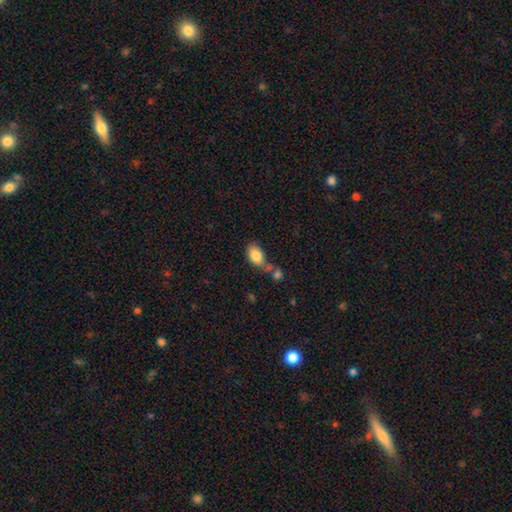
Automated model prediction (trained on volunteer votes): Q: Smooth or featured?
A: smooth (84%); runner-up: featured or disk (8%)
Q: How rounded?
A: in between (89%); runner-up: round (9%)
Q: Merging?
A: none (44%); runner-up: merger (32%)